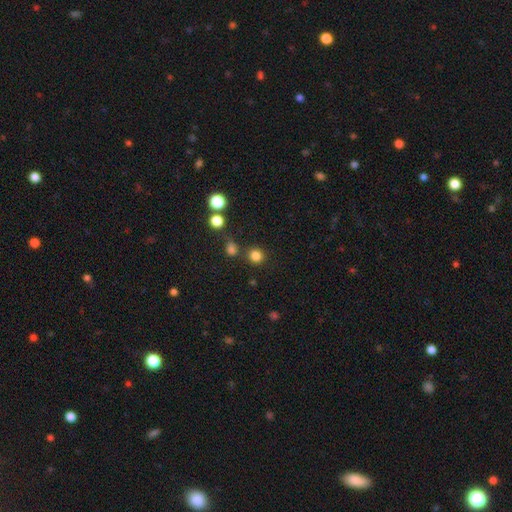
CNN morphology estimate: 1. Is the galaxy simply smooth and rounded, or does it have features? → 81% smooth, 15% star or artifact, 4% featured or disk.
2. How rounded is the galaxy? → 91% round, 8% in between, 1% cigar-shaped.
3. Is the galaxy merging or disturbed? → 80% none, 9% merger, 7% minor disturbance, 3% major disturbance.